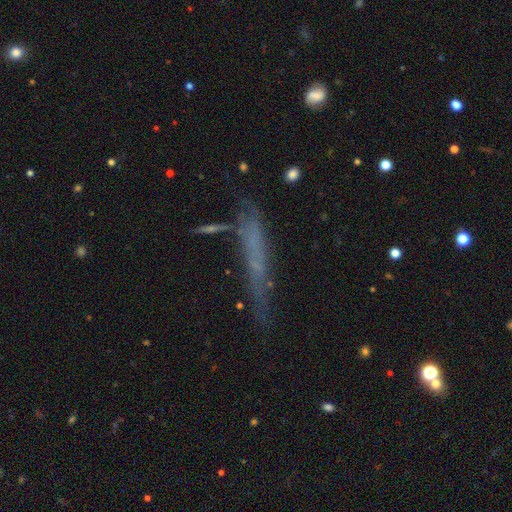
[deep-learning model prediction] Smooth or featured? Predicted: smooth (p=0.47). Merging? Predicted: none (p=0.60).